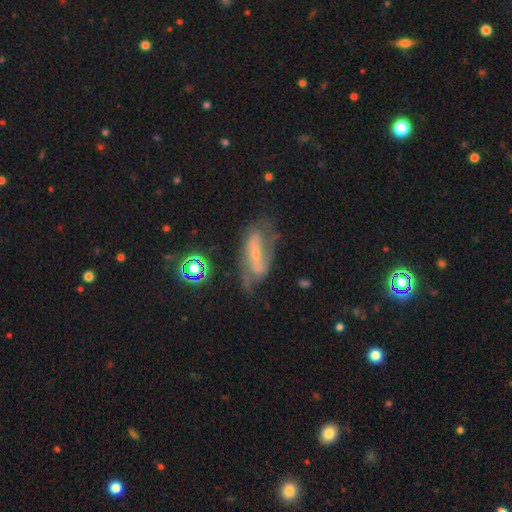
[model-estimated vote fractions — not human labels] smooth-or-featured: featured or disk: 73% | smooth: 17% | star or artifact: 10%
  disk-edge-on: no: 88% | yes: 12%
    bar: strong: 45% | weak: 31% | no: 24%
    has-spiral-arms: yes: 82% | no: 18%
      spiral-winding: medium: 42% | loose: 32% | tight: 25%
      spiral-arm-count: 2: 72% | can't tell: 17% | 1: 6% | 3: 3% | 4: 1% | more than 4: 1%
    bulge-size: small: 67% | moderate: 23% | none: 5% | large: 3% | dominant: 1%
  merging: none: 51% | minor disturbance: 24% | major disturbance: 21% | merger: 4%